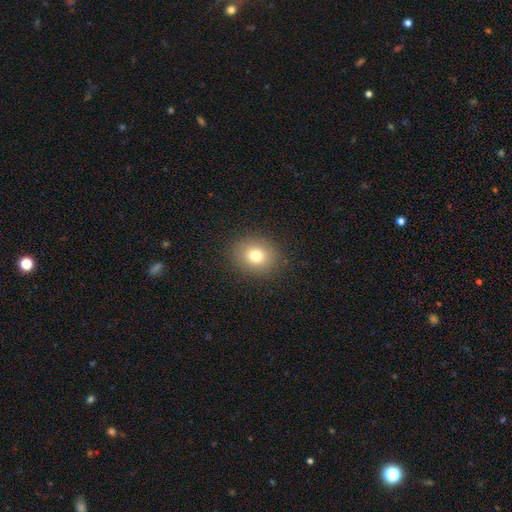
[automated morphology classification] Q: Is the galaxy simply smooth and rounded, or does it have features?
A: smooth — 76%.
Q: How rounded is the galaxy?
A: round — 65%.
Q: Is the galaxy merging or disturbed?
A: none — 88%.